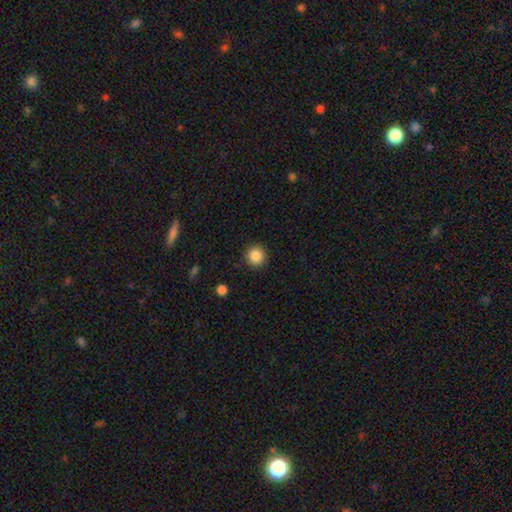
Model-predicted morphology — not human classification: Q: Smooth or featured?
A: smooth (86%); runner-up: star or artifact (10%)
Q: How rounded?
A: round (92%); runner-up: in between (7%)
Q: Merging?
A: none (90%); runner-up: minor disturbance (6%)